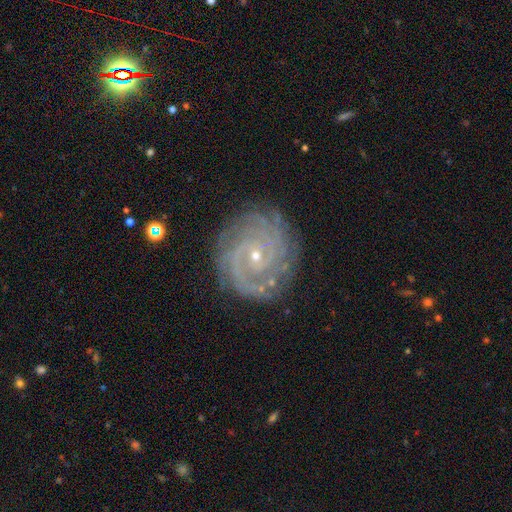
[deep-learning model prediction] A featured or disk galaxy (89%) with no bar (66%), 3 (22%) tight (79%) spiral arms (98%) and a small central bulge (79%). Merging: none (81%).